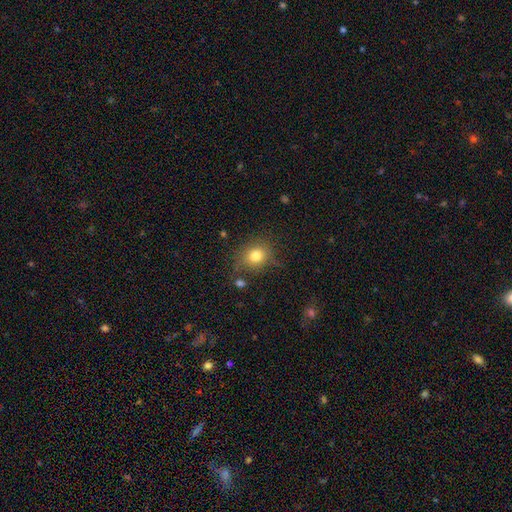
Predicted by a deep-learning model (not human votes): Smooth or featured: smooth — 78% (star or artifact — 13%)
How rounded: round — 70% (in between — 29%)
Merging: none — 76% (minor disturbance — 15%)